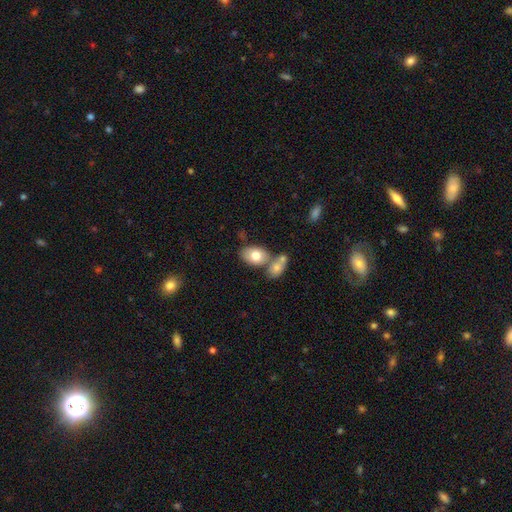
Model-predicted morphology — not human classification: The model was most divided on "merging": none: 46%, merger: 37%, minor disturbance: 13%, major disturbance: 4%. More confident: how rounded — in between (84%); smooth or featured — smooth (76%).